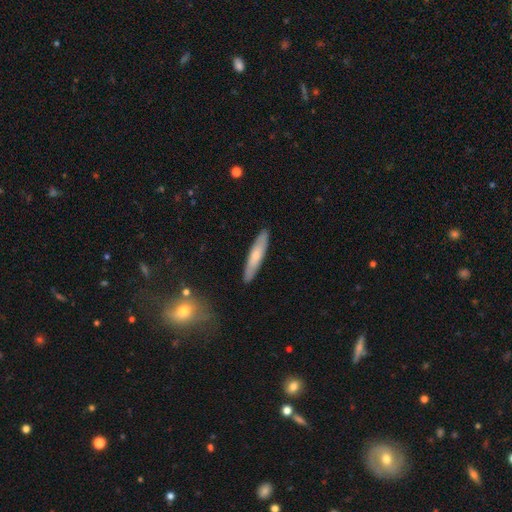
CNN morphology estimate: Overall: smooth (65%; featured or disk 30%). How rounded: cigar-shaped (87%). Merging: none (89%).